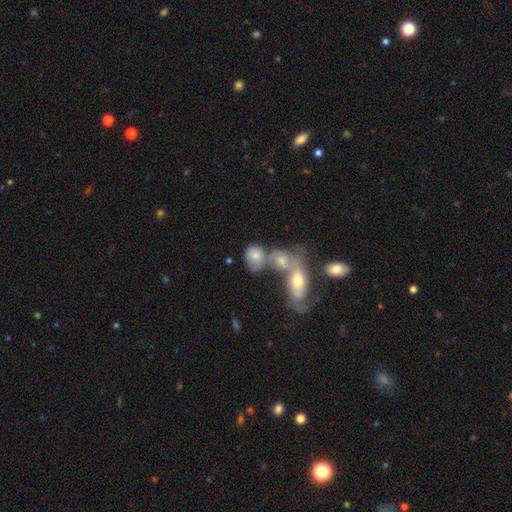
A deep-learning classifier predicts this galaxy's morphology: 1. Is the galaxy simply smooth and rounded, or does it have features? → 68% smooth, 21% featured or disk, 11% star or artifact.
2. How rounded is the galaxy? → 51% in between, 47% round, 2% cigar-shaped.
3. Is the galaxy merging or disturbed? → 54% merger, 29% none, 11% minor disturbance, 7% major disturbance.